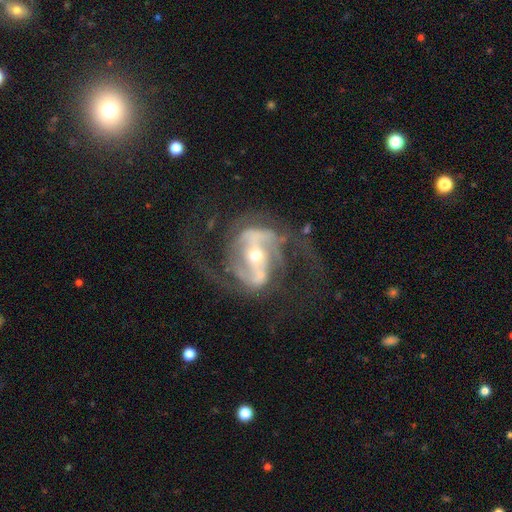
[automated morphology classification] Smooth or featured: featured or disk — 87% (smooth — 7%)
Edge-on disk: no — 96% (yes — 4%)
Bar: strong — 57% (weak — 26%)
Spiral arms: yes — 91% (no — 9%)
Spiral winding: medium — 48% (loose — 32%)
Spiral arm count: 2 — 78% (can't tell — 9%)
Bulge size: small — 49% (moderate — 46%)
Merging: none — 57% (major disturbance — 24%)